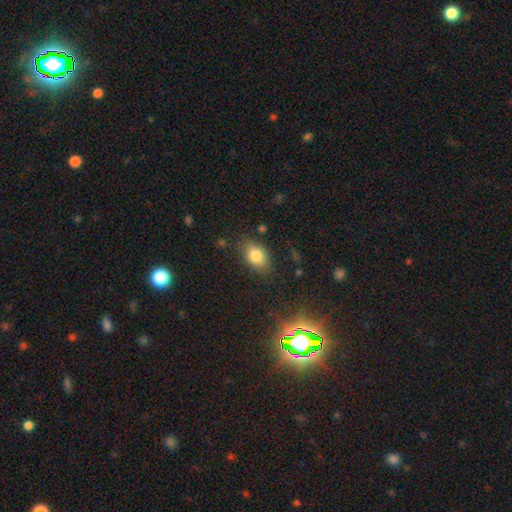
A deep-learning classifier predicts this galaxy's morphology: Smooth or featured? Predicted: smooth (p=0.80). How rounded? Predicted: in between (p=0.83). Merging? Predicted: none (p=0.78).